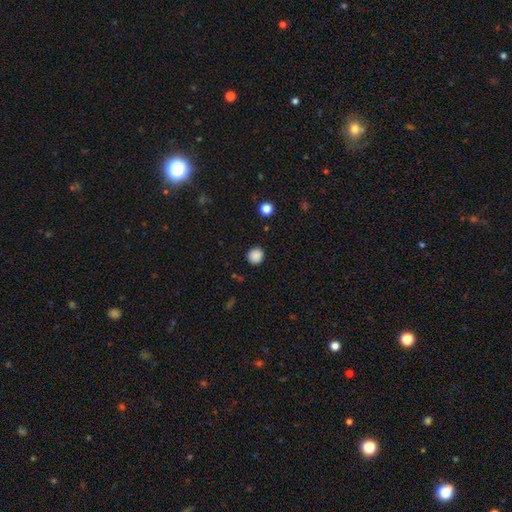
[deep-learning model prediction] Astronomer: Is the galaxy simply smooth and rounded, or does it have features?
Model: smooth — 87%.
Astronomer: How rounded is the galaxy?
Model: round — 89%.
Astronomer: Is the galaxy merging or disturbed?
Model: none — 90%.